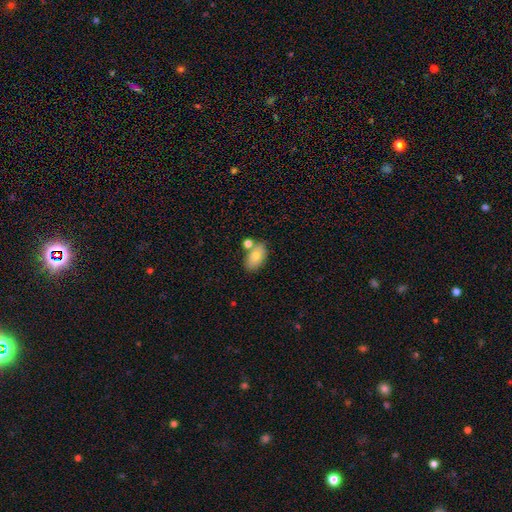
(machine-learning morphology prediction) smooth_or_featured: smooth (p=0.81) [alt: featured or disk p=0.11]
how_rounded: in between (p=0.92) [alt: round p=0.06]
merging: none (p=0.67) [alt: merger p=0.16]